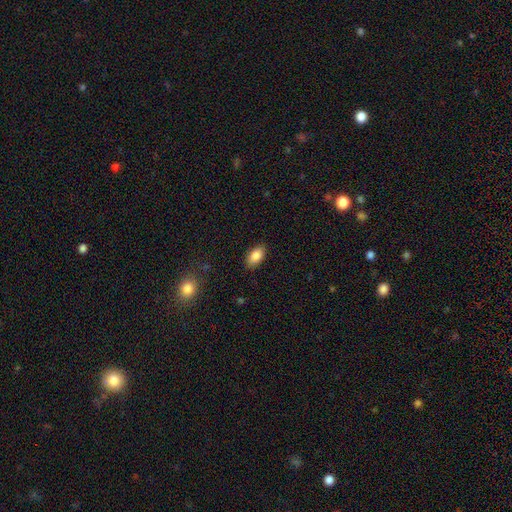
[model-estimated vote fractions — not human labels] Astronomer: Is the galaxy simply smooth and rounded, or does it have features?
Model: smooth — 87%.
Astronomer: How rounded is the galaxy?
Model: in between — 92%.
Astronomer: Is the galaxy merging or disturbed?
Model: none — 86%.